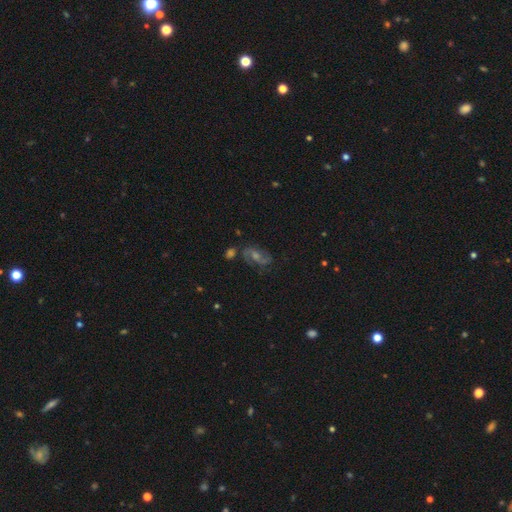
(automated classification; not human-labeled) Smooth or featured: featured or disk — 63% (smooth — 19%)
Edge-on disk: no — 93% (yes — 7%)
Bar: no — 43% (weak — 42%)
Spiral arms: yes — 84% (no — 16%)
Bulge size: moderate — 55% (small — 35%)
Merging: none — 70% (minor disturbance — 14%)